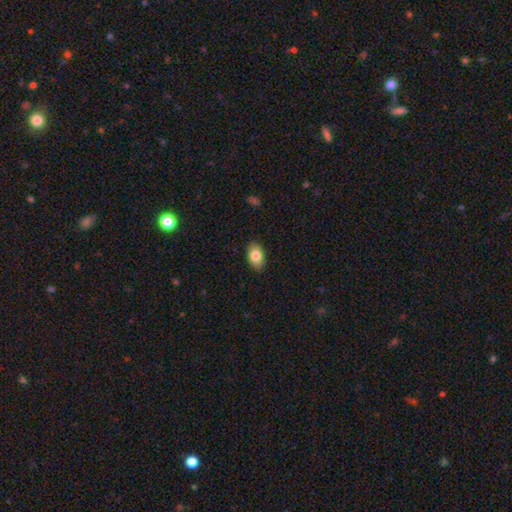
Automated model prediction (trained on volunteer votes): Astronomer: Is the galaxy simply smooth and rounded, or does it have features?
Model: smooth — 82%.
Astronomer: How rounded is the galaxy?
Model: in between — 89%.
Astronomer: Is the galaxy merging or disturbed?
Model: none — 88%.